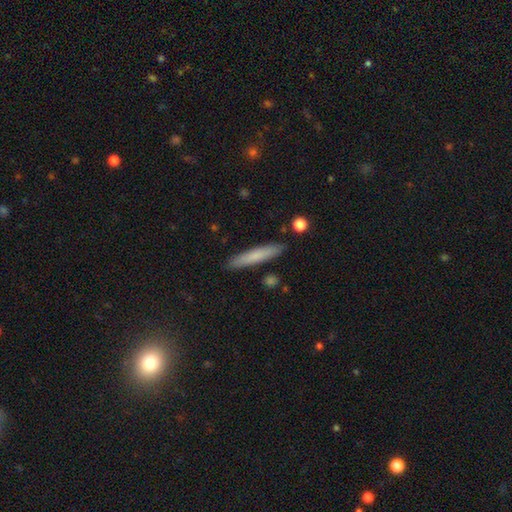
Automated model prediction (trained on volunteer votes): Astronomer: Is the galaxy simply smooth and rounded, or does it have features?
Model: smooth — 72%.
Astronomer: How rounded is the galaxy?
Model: cigar-shaped — 93%.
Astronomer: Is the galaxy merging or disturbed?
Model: none — 89%.